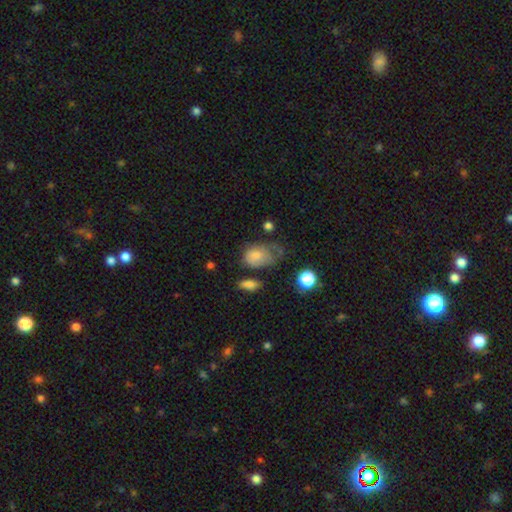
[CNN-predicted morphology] A smooth galaxy with no disk features (71%) that is in between round and cigar-shaped (73%). Merging: major disturbance (35%).